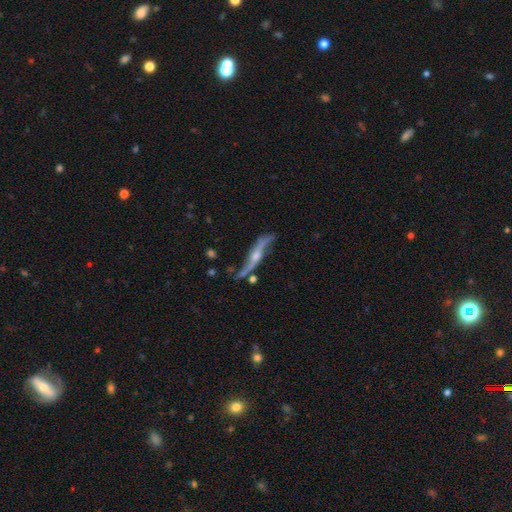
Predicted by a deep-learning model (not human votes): smooth_or_featured: featured or disk (p=0.84) [alt: smooth p=0.09]
disk_edge_on: yes (p=0.56) [alt: no p=0.44]
merging: none (p=0.61) [alt: minor disturbance p=0.22]